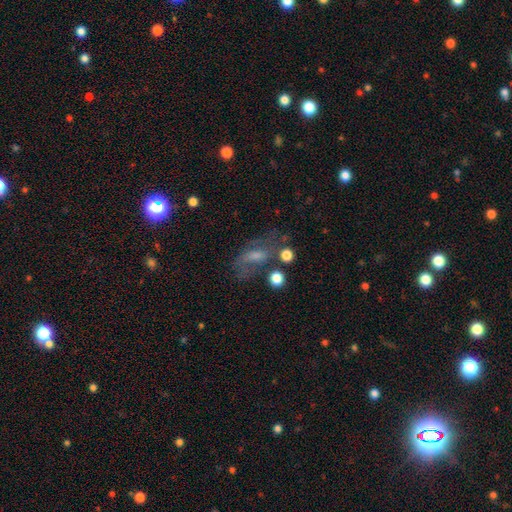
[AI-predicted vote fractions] Overall: featured or disk (45%; smooth 35%). Merging: none (48%; major disturbance 24%).